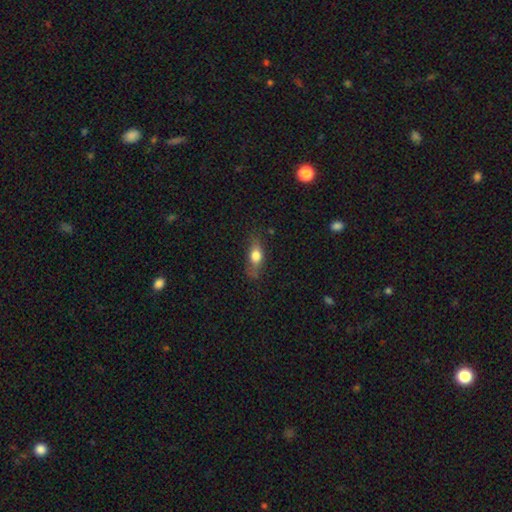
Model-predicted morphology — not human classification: Smooth or featured?
  - smooth: 69% *
  - featured or disk: 23%
  - star or artifact: 9%
How rounded?
  - in between: 68% *
  - cigar-shaped: 23%
  - round: 10%
Merging?
  - none: 67% *
  - minor disturbance: 23%
  - major disturbance: 8%
  - merger: 2%